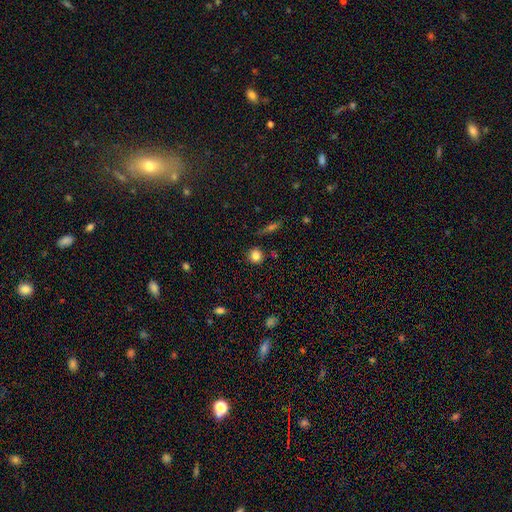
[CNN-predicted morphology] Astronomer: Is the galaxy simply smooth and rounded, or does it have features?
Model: smooth — 83%.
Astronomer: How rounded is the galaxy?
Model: round — 88%.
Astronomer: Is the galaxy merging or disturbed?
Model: none — 85%.